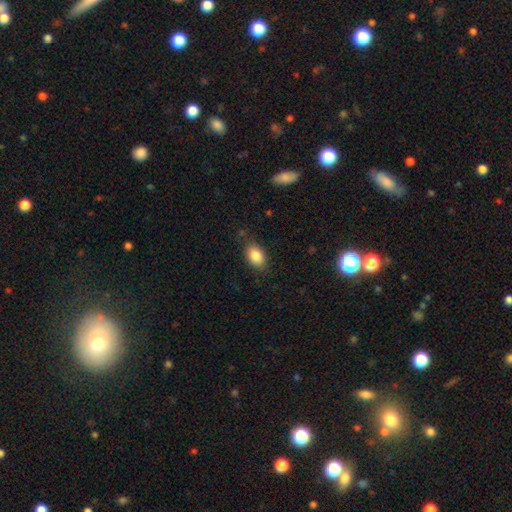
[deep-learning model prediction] smooth 86%, star or artifact 8%, featured or disk 6%. Down the decision tree: how rounded — in between (86%); merging — none (80%).